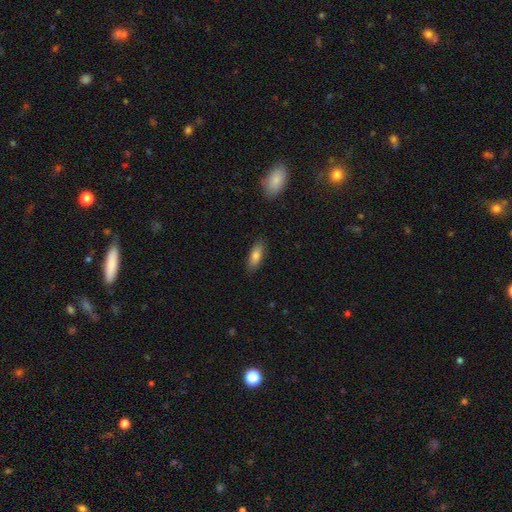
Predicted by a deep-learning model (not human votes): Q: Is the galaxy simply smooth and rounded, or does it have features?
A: smooth — 79%.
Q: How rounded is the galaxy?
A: in between — 68%.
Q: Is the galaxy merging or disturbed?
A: none — 86%.